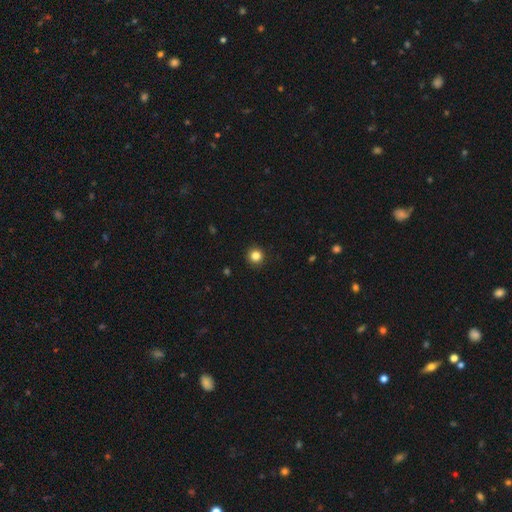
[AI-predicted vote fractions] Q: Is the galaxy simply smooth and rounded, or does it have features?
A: smooth — 84%.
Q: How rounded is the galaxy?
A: round — 95%.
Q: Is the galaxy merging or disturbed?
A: none — 93%.